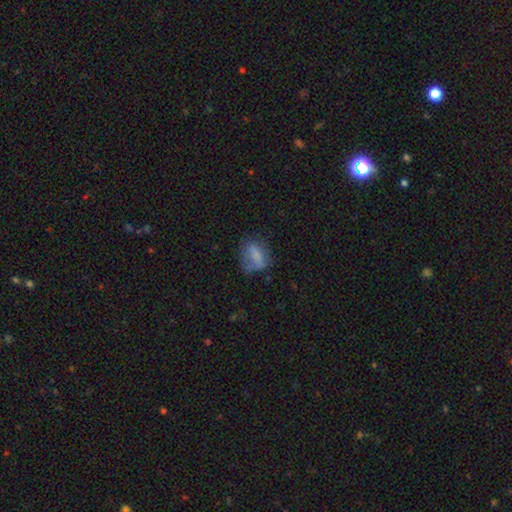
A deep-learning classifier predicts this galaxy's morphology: Smooth or featured?
  - smooth: 67% *
  - featured or disk: 22%
  - star or artifact: 11%
How rounded?
  - in between: 74% *
  - round: 20%
  - cigar-shaped: 6%
Merging?
  - none: 44% *
  - minor disturbance: 29%
  - major disturbance: 23%
  - merger: 4%